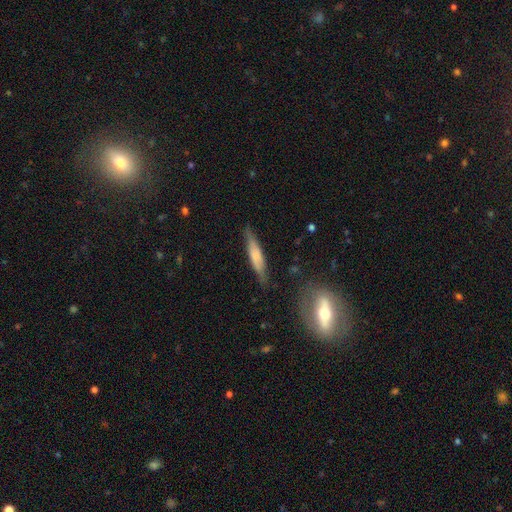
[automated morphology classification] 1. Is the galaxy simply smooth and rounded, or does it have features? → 59% smooth, 34% featured or disk, 6% star or artifact.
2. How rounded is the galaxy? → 83% cigar-shaped, 15% in between, 2% round.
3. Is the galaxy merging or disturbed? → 79% none, 15% minor disturbance, 4% major disturbance, 2% merger.